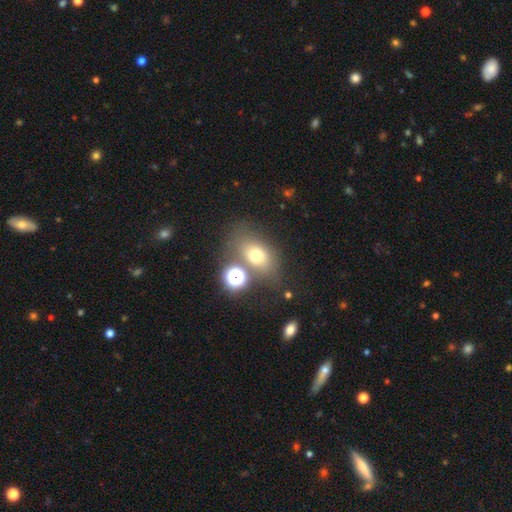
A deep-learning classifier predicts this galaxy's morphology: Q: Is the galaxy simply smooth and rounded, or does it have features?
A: smooth — 68%.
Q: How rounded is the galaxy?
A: in between — 68%.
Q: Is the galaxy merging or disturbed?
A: none — 60%.